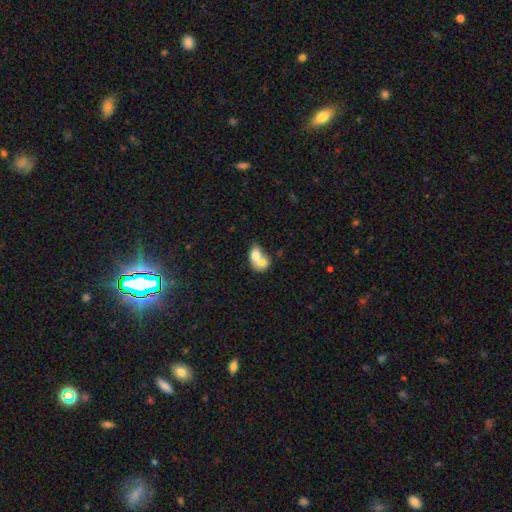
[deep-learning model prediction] Smooth or featured? smooth (69%)
How rounded? in between (61%)
Merging? merger (76%)